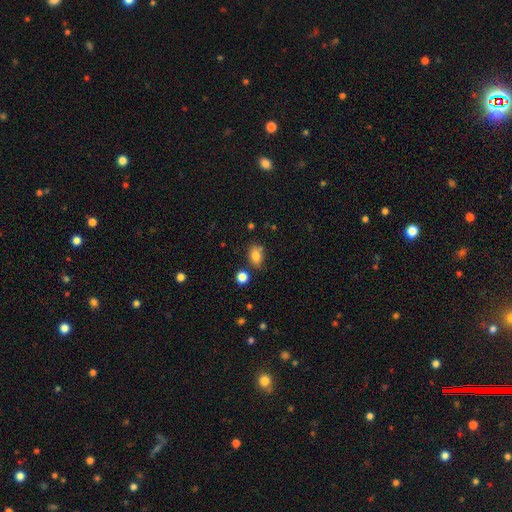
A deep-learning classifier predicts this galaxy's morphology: The model was most divided on "how rounded": in between: 73%, round: 26%, cigar-shaped: 1%. More confident: smooth or featured — smooth (82%); merging — none (69%).